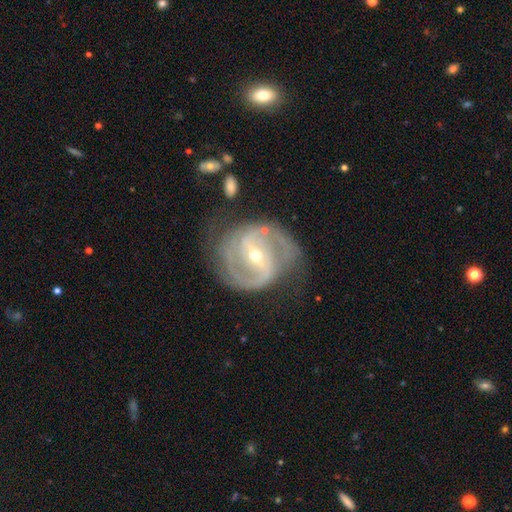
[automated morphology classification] This is clearly a featured or disk galaxy (90%). It is clearly not viewed edge-on (97%). Bar: possibly strong (47%). Spiral arm pattern: clearly yes (97%). Spiral arm count: clearly 2 (86%). Spiral winding: possibly medium (51%). Central bulge: possibly small (58%). Merging: likely none (69%).